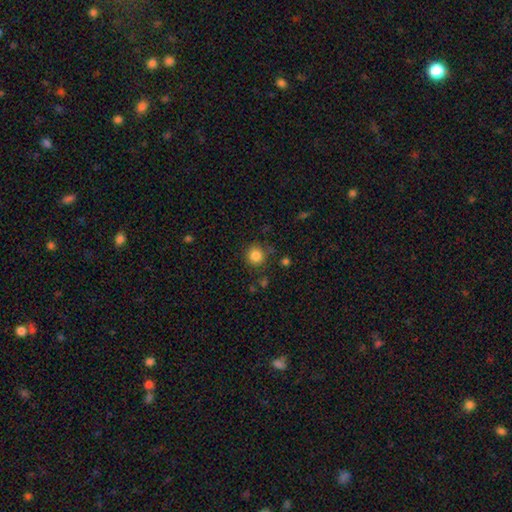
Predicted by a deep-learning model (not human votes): Smooth or featured: smooth — 84% (star or artifact — 11%)
How rounded: round — 92% (in between — 7%)
Merging: none — 84% (minor disturbance — 9%)